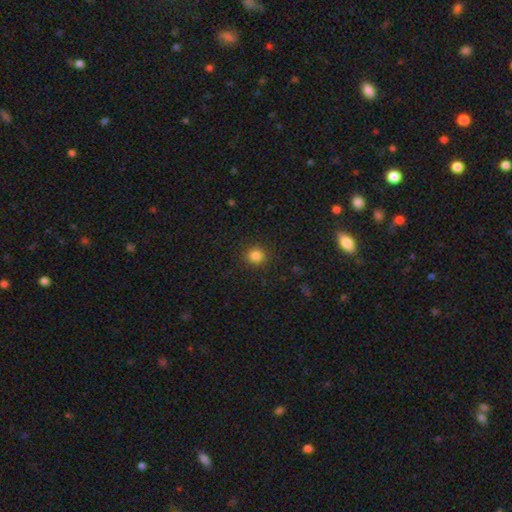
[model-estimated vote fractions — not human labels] This is clearly a smooth galaxy (84%). How rounded: clearly round (88%). Merging: clearly none (90%).